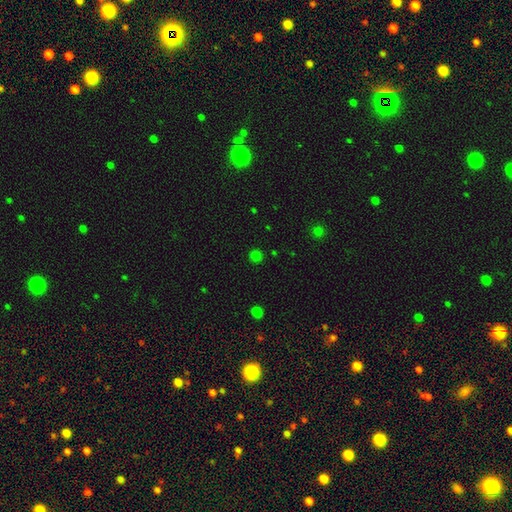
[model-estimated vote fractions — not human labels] smooth 74%, star or artifact 22%, featured or disk 4%. Down the decision tree: how rounded — round (92%); merging — none (90%).